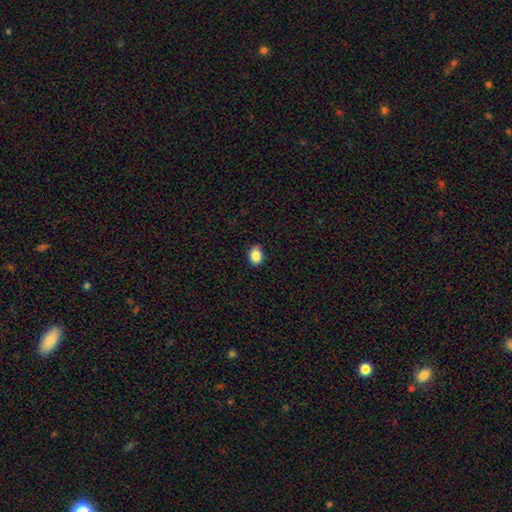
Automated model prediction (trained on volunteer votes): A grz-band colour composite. It shows a smooth galaxy with no disk features (87%) that is in between round and cigar-shaped (60%). Merging: none (83%).